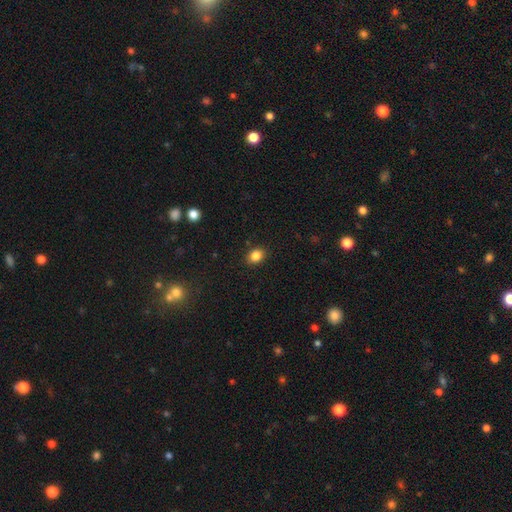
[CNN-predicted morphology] A smooth galaxy with no disk features (85%) that is in between round and cigar-shaped (63%).

Vote fractions:
- Smooth or featured? smooth: 85% / star or artifact: 10% / featured or disk: 5%
- How rounded? in between: 63% / round: 36% / cigar-shaped: 1%
- Merging? none: 88% / minor disturbance: 8% / major disturbance: 2% / merger: 1%